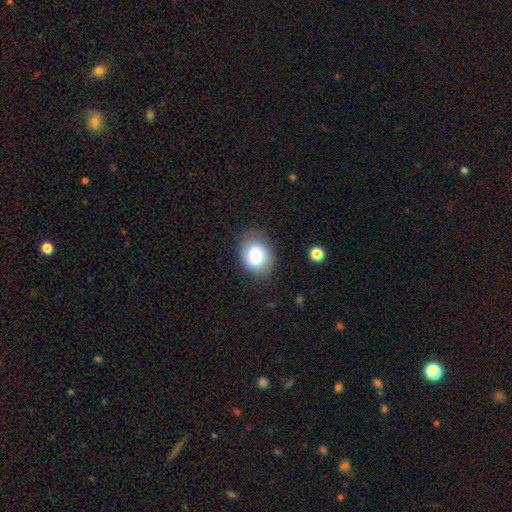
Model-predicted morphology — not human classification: Q: Smooth or featured?
A: smooth (78%); runner-up: featured or disk (14%)
Q: How rounded?
A: in between (54%); runner-up: round (45%)
Q: Merging?
A: none (72%); runner-up: minor disturbance (19%)